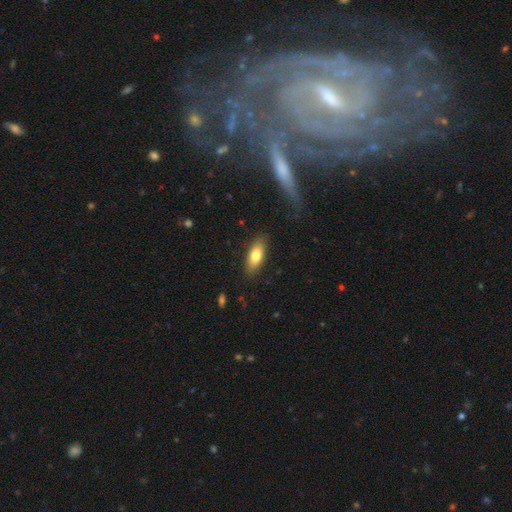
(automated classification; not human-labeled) smooth_or_featured: smooth (p=0.76) [alt: featured or disk p=0.18]
how_rounded: in between (p=0.75) [alt: cigar-shaped p=0.22]
merging: none (p=0.85) [alt: minor disturbance p=0.11]